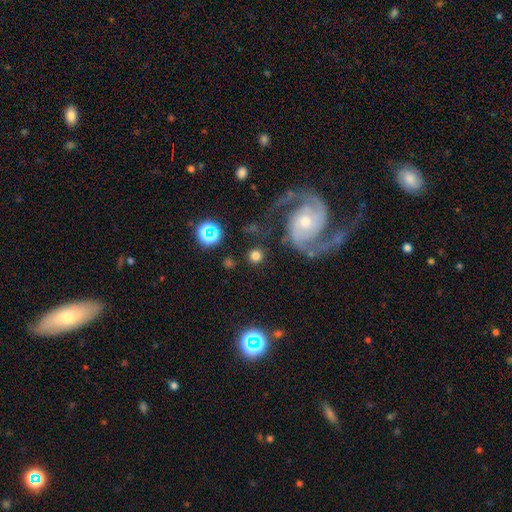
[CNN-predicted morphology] Q: Smooth or featured?
A: smooth (64%); runner-up: featured or disk (24%)
Q: How rounded?
A: round (90%); runner-up: in between (9%)
Q: Merging?
A: none (78%); runner-up: minor disturbance (10%)